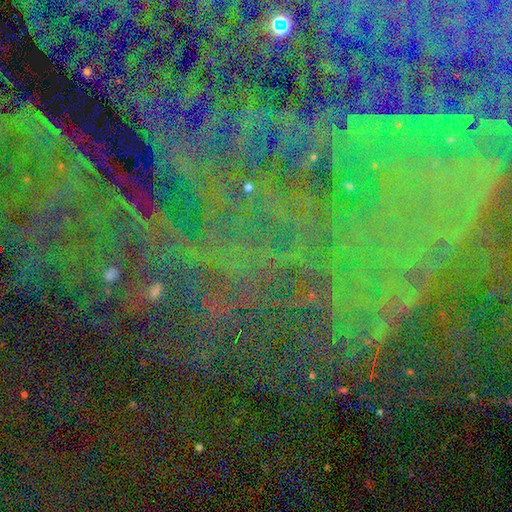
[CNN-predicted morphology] A star or artifact, not a galaxy (84%).